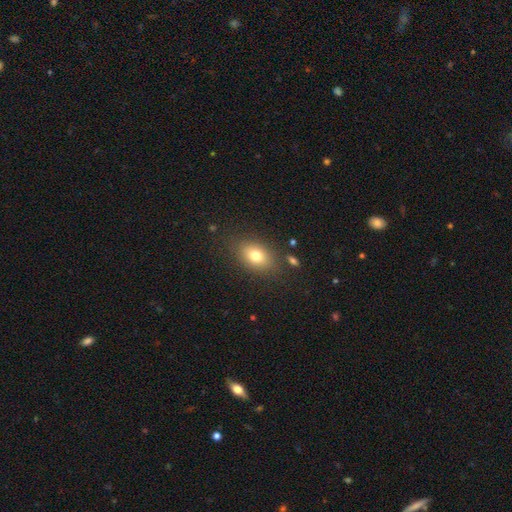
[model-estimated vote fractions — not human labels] smooth_or_featured: smooth (p=0.76) [alt: featured or disk p=0.14]
how_rounded: in between (p=0.77) [alt: round p=0.22]
merging: none (p=0.81) [alt: minor disturbance p=0.12]